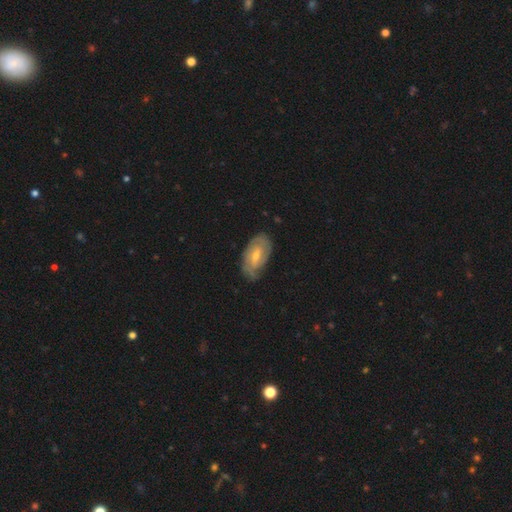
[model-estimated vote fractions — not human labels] featured or disk 66%, smooth 27%, star or artifact 7%. Down the decision tree: edge-on disk — no (93%); bar — weak (52%); spiral arms — yes (83%); spiral arm count — 2 (47%); spiral winding — tight (59%); bulge size — moderate (51%); merging — none (72%).